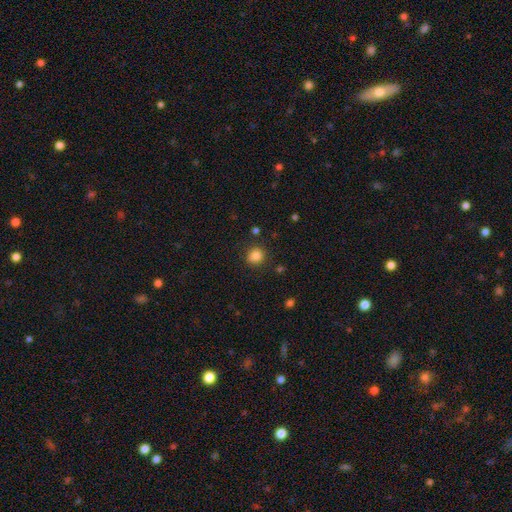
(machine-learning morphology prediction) Smooth or featured? Predicted: smooth (p=0.83). How rounded? Predicted: round (p=0.89). Merging? Predicted: none (p=0.86).